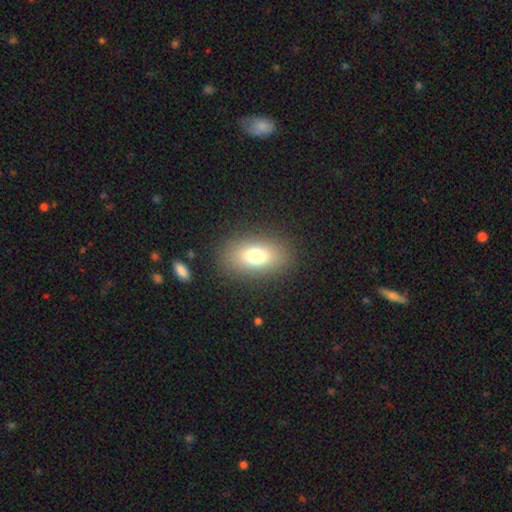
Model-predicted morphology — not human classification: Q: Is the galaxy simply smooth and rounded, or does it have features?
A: smooth — 73%.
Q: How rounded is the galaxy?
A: in between — 84%.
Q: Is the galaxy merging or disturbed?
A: none — 86%.